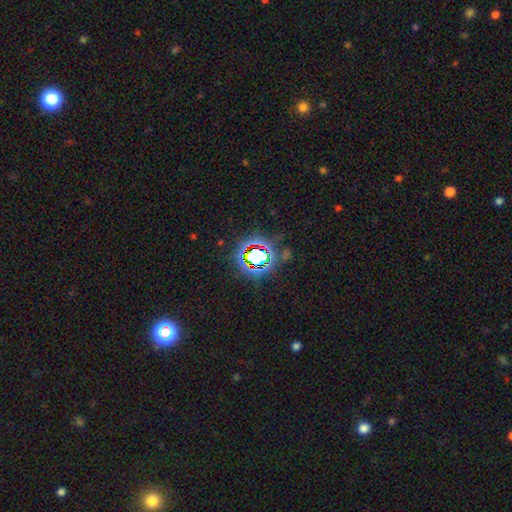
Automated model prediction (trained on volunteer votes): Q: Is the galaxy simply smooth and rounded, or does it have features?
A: star or artifact — 72%.